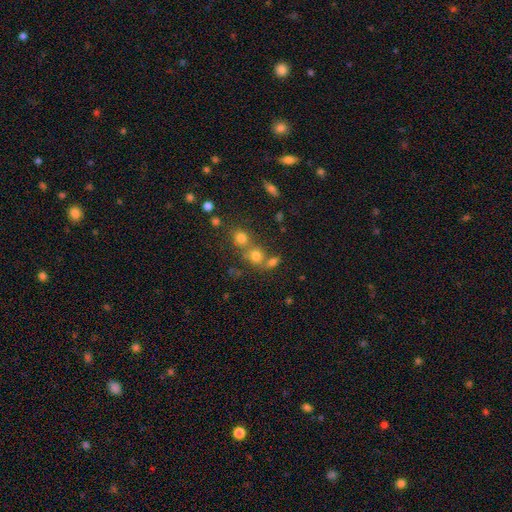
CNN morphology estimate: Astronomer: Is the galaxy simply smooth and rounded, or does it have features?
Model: smooth — 66%.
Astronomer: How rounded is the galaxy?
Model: round — 79%.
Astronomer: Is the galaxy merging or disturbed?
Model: none — 49% (runner-up: merger, 39%).